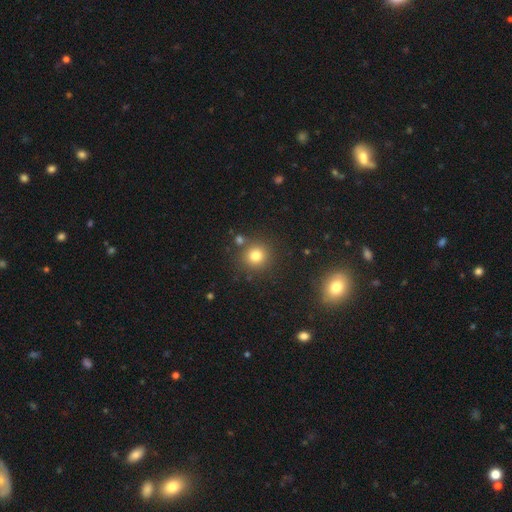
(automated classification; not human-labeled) Overall: smooth (79%). How rounded: round (93%). Merging: none (82%).